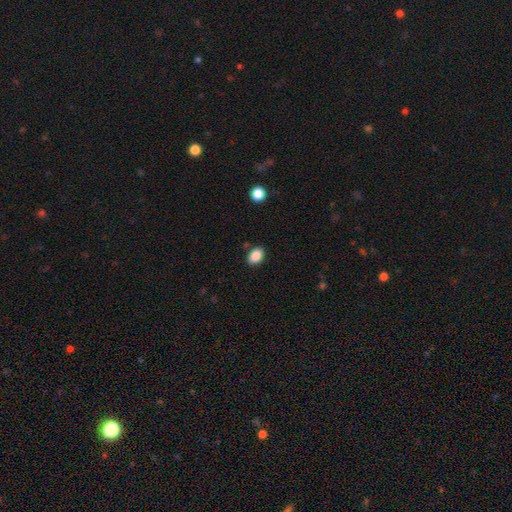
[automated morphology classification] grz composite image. It shows a smooth galaxy with no disk features (87%) that is in between round and cigar-shaped (78%). Merging: none (84%).